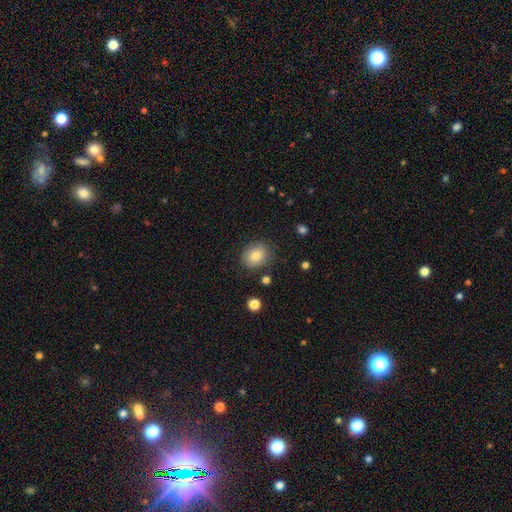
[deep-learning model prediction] Smooth or featured? smooth (80%)
How rounded? round (58%)
Merging? none (81%)